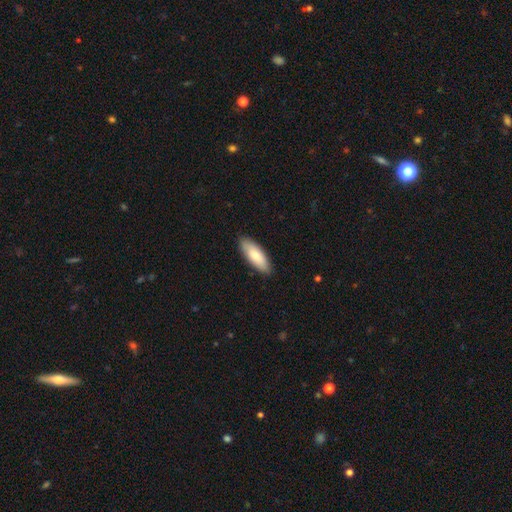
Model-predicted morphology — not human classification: smooth-or-featured: smooth: 82% | featured or disk: 13% | star or artifact: 5%
  how-rounded: in between: 68% | cigar-shaped: 30% | round: 2%
  merging: none: 88% | minor disturbance: 10% | major disturbance: 2% | merger: 1%